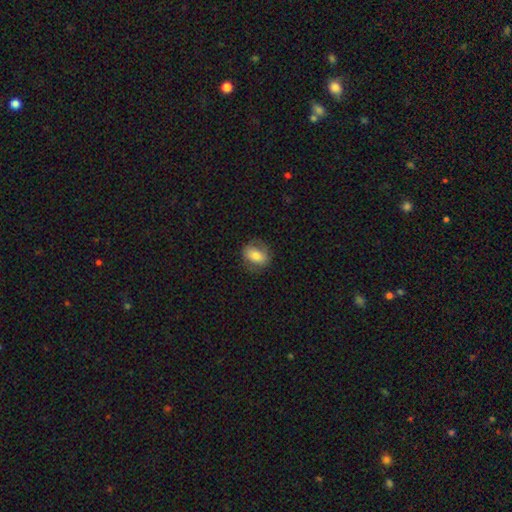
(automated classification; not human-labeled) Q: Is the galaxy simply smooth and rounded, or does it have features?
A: smooth — 72%.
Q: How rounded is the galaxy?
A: in between — 68%.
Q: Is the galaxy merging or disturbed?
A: none — 75%.